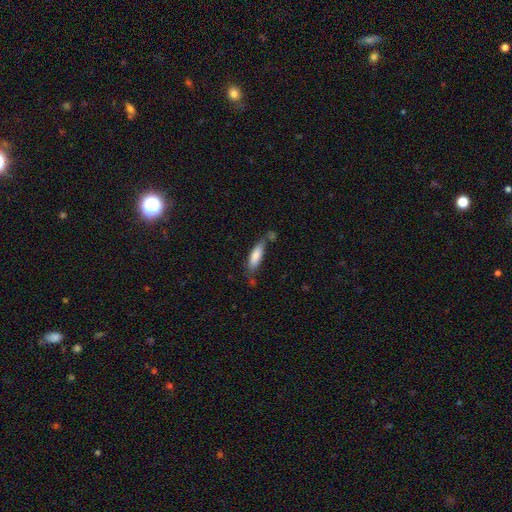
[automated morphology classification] smooth 80%, featured or disk 14%, star or artifact 6%. Down the decision tree: how rounded — cigar-shaped (54%); merging — none (56%).